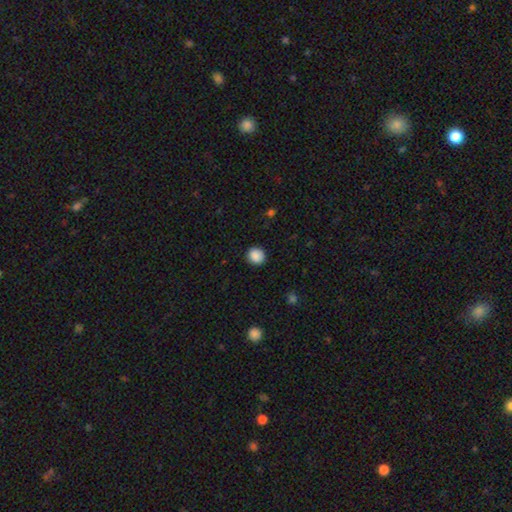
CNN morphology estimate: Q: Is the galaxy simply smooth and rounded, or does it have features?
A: smooth — 89%.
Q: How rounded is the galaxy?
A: round — 87%.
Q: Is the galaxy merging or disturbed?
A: none — 90%.